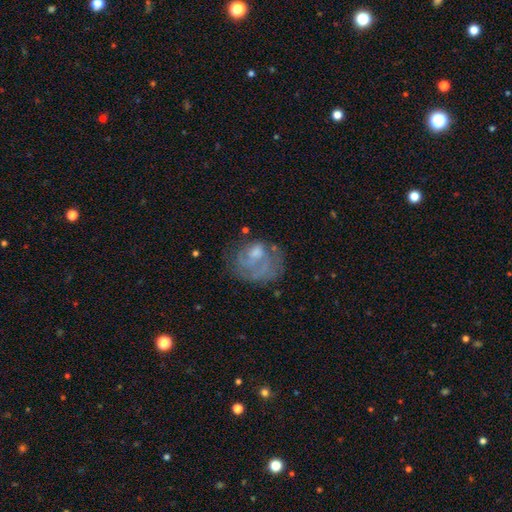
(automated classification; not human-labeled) This appears to be a featured or disk galaxy (56%) with no bar (73%), spiral arms (51%) and a moderate central bulge (36%). Merging: none (41%).